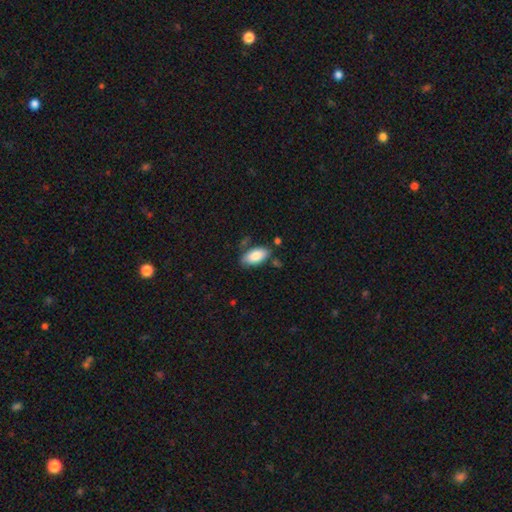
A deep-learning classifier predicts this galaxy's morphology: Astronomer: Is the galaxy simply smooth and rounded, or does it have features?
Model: smooth — 85%.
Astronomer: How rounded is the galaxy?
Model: in between — 93%.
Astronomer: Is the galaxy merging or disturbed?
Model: none — 76%.